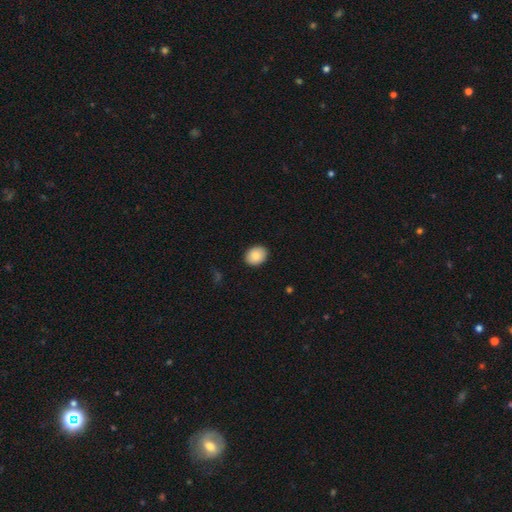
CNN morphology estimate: This is clearly a smooth galaxy (85%). How rounded: possibly in between (58%). Merging: clearly none (90%).